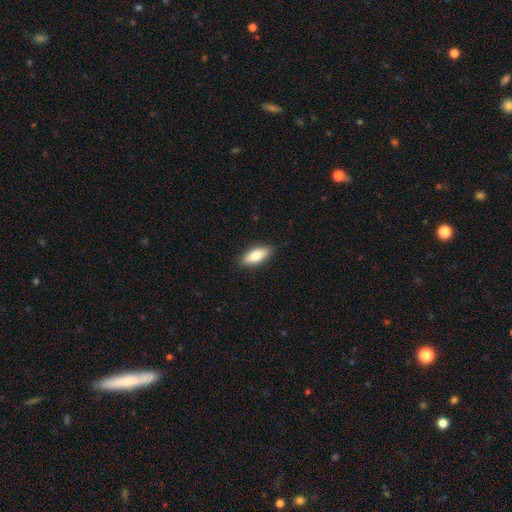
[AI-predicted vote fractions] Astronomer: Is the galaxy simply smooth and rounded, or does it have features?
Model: smooth — 77%.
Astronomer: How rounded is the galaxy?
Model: in between — 78%.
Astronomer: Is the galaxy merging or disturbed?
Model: none — 88%.